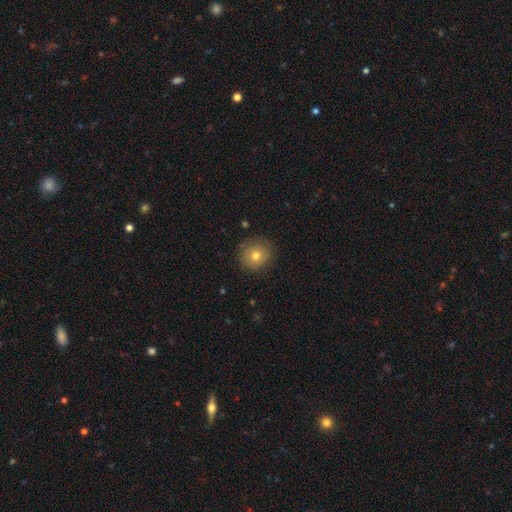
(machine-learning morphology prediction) Overall: smooth (73%). How rounded: round (90%). Merging: none (84%).